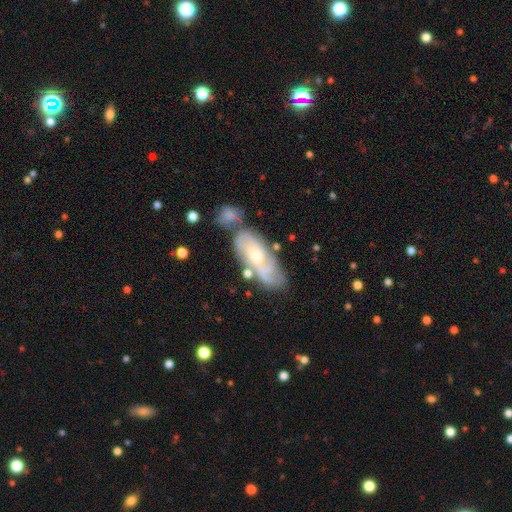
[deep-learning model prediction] smooth_or_featured: featured or disk (p=0.72) [alt: smooth p=0.22]
disk_edge_on: no (p=0.90) [alt: yes p=0.10]
bar: no (p=0.63) [alt: weak p=0.31]
has_spiral_arms: yes (p=0.90) [alt: no p=0.10]
spiral_winding: tight (p=0.51) [alt: medium p=0.36]
spiral_arm_count: can't tell (p=0.39) [alt: 2 p=0.31]
bulge_size: moderate (p=0.50) [alt: small p=0.41]
merging: none (p=0.55) [alt: minor disturbance p=0.19]